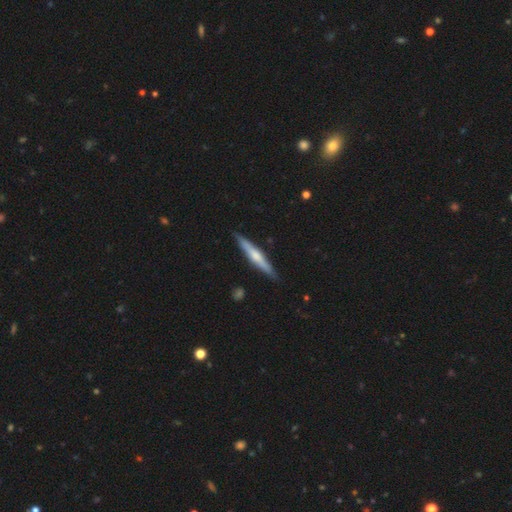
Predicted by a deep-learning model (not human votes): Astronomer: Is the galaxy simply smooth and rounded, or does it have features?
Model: featured or disk — 55% (runner-up: smooth, 40%).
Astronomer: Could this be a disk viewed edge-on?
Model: yes — 96%.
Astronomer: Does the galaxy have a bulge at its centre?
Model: rounded — 68%.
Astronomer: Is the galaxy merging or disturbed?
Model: none — 89%.